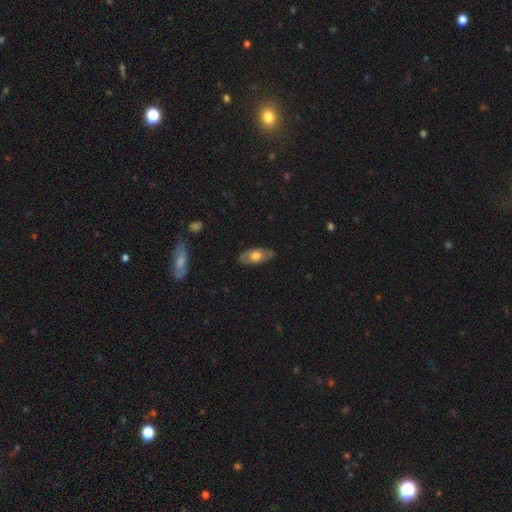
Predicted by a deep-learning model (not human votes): Smooth or featured: smooth — 54% (featured or disk — 40%)
How rounded: in between — 88% (cigar-shaped — 7%)
Merging: none — 75% (minor disturbance — 20%)